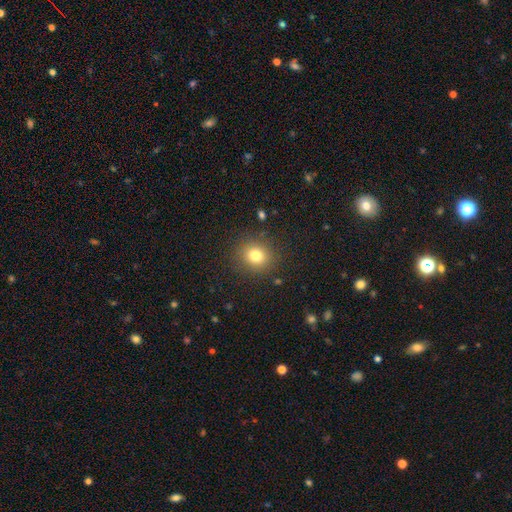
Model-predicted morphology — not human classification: smooth-or-featured: smooth: 79% | star or artifact: 13% | featured or disk: 8%
  how-rounded: round: 79% | in between: 20% | cigar-shaped: 1%
  merging: none: 87% | minor disturbance: 8% | major disturbance: 3% | merger: 1%